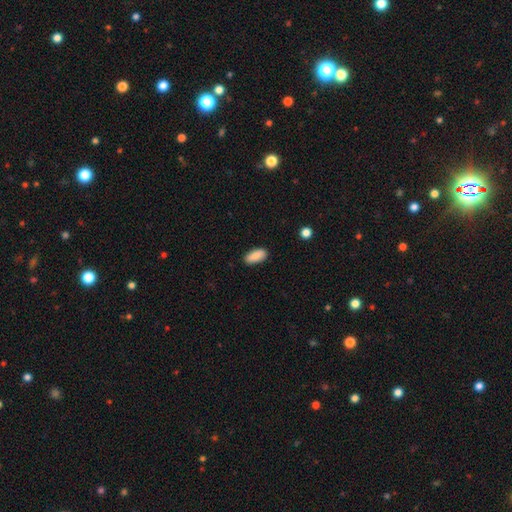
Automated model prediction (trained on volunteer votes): Q: Smooth or featured?
A: smooth (88%); runner-up: star or artifact (7%)
Q: How rounded?
A: in between (88%); runner-up: cigar-shaped (10%)
Q: Merging?
A: none (88%); runner-up: minor disturbance (9%)